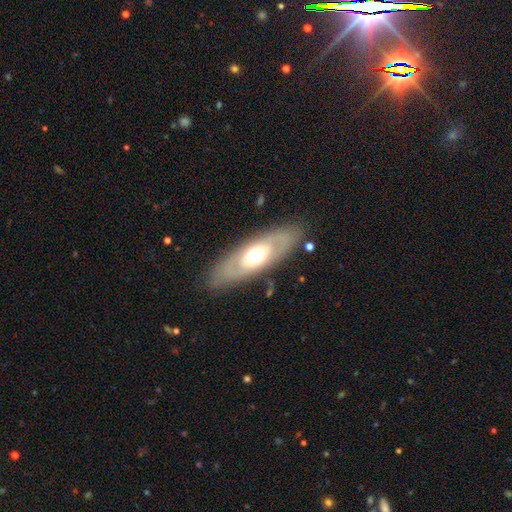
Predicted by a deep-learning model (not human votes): A featured or disk galaxy (51%). Merging: none (82%).